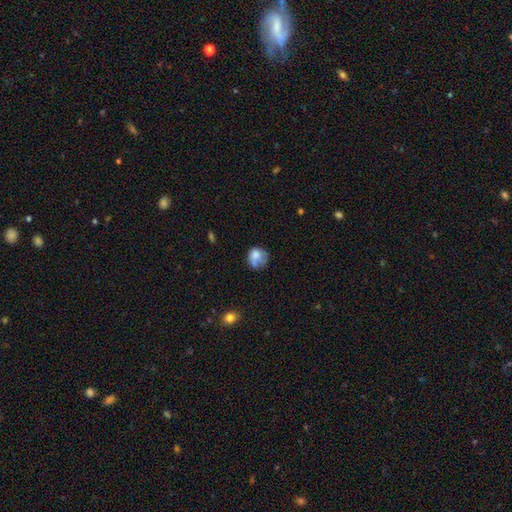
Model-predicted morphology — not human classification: Smooth or featured?
  - smooth: 71% *
  - featured or disk: 18%
  - star or artifact: 10%
How rounded?
  - round: 71% *
  - in between: 28%
  - cigar-shaped: 1%
Merging?
  - none: 40% *
  - minor disturbance: 29%
  - major disturbance: 18%
  - merger: 13%